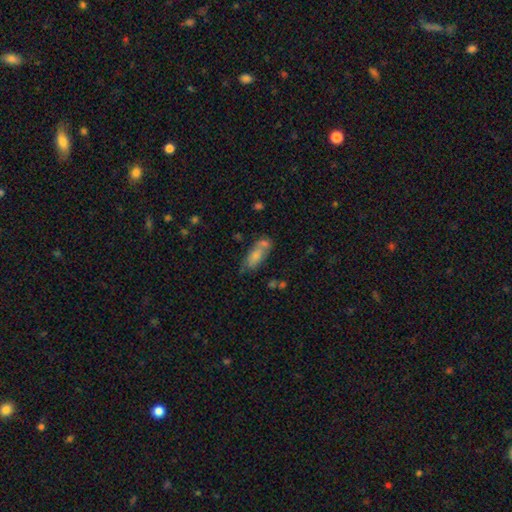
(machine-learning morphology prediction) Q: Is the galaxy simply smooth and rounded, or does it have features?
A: smooth — 73%.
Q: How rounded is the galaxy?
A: in between — 76%.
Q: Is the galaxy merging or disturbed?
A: none — 43%.